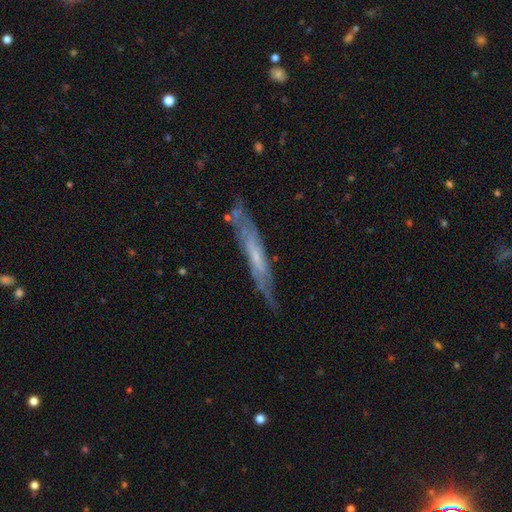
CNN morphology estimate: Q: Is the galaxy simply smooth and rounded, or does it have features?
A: featured or disk — 63%.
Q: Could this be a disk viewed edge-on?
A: yes — 70%.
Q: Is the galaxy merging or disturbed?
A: none — 68%.